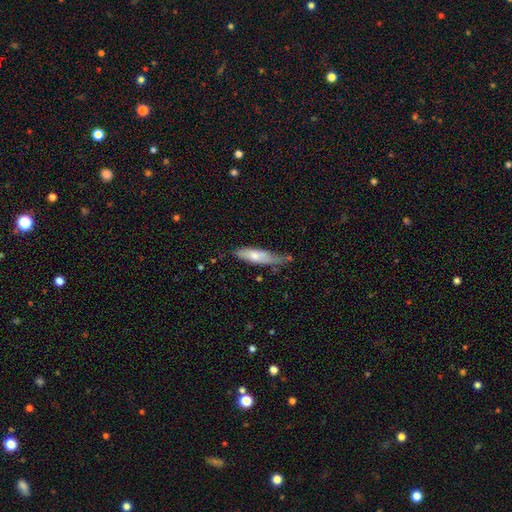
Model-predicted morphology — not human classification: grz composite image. It shows a smooth galaxy with no disk features (65%) that is cigar-shaped (62%). Merging: none (45%).